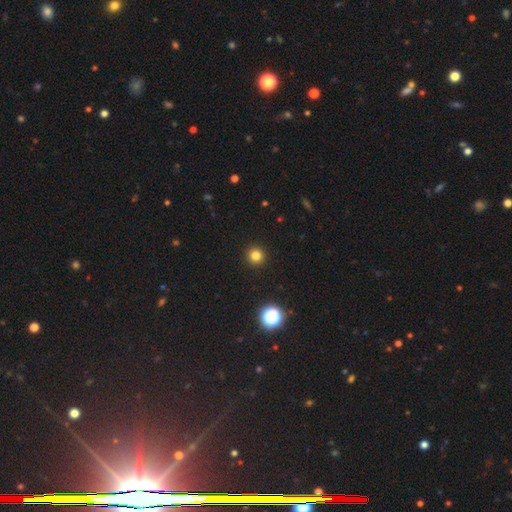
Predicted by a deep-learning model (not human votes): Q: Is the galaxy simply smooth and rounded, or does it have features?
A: smooth — 81%.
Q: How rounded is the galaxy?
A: round — 96%.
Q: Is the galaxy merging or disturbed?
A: none — 93%.